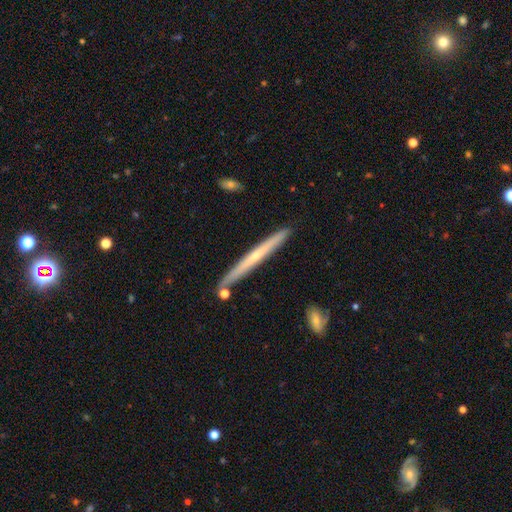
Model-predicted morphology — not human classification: smooth-or-featured: featured or disk: 58% | smooth: 36% | star or artifact: 6%
  disk-edge-on: yes: 97% | no: 3%
    edge-on-bulge: none: 63% | rounded: 33% | boxy: 4%
  merging: none: 88% | minor disturbance: 8% | merger: 3% | major disturbance: 1%